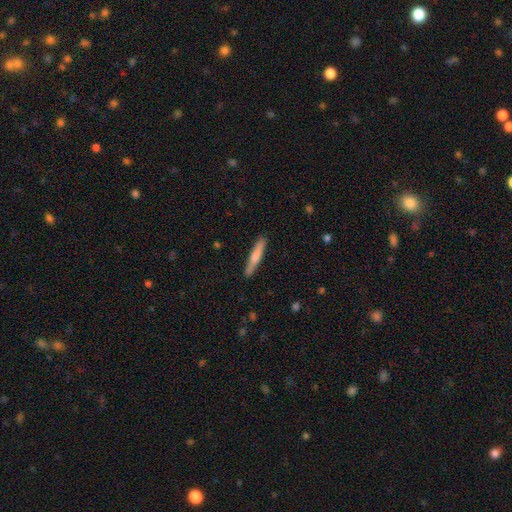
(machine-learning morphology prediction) This appears to be a smooth galaxy with no disk features (70%) that is cigar-shaped (93%). Merging: none (85%).